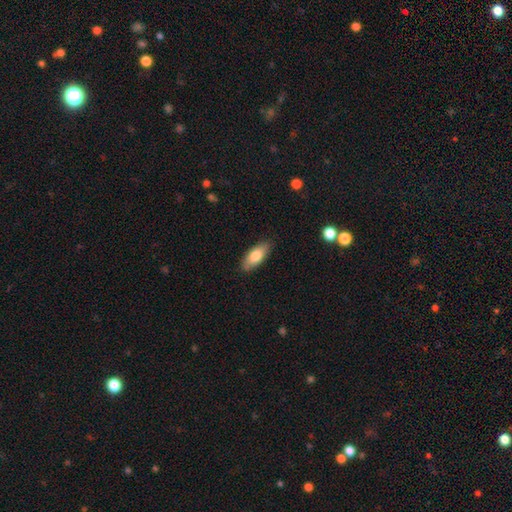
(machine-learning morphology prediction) smooth-or-featured: smooth: 77% | featured or disk: 17% | star or artifact: 6%
  how-rounded: in between: 80% | cigar-shaped: 18% | round: 2%
  merging: none: 86% | minor disturbance: 11% | major disturbance: 2% | merger: 1%